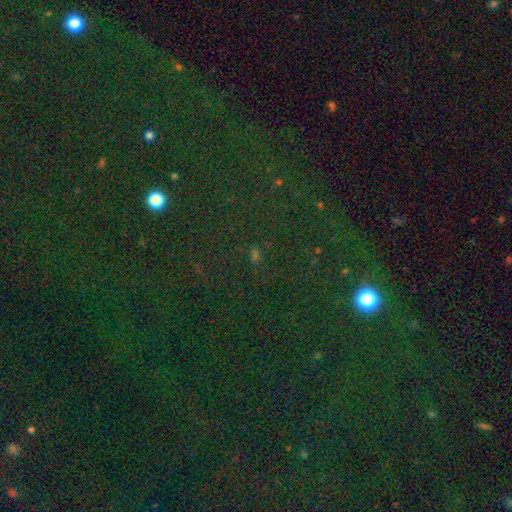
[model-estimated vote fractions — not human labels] A star or artifact, not a galaxy (64%).